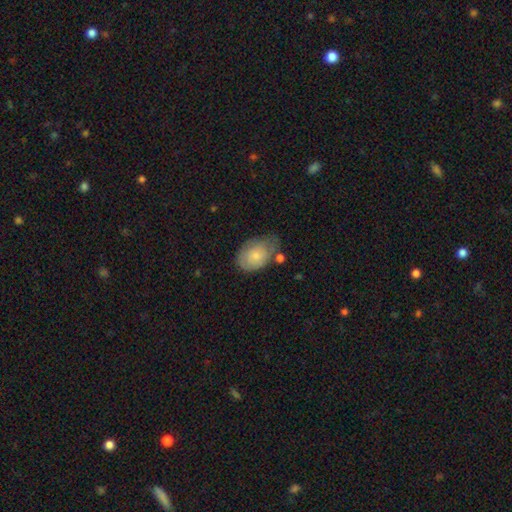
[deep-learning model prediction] A smooth galaxy with no disk features (75%) that is in between round and cigar-shaped (83%).

Vote fractions:
- Smooth or featured? smooth: 75% / featured or disk: 19% / star or artifact: 6%
- How rounded? in between: 83% / round: 15% / cigar-shaped: 1%
- Merging? none: 47% / minor disturbance: 33% / major disturbance: 11% / merger: 8%